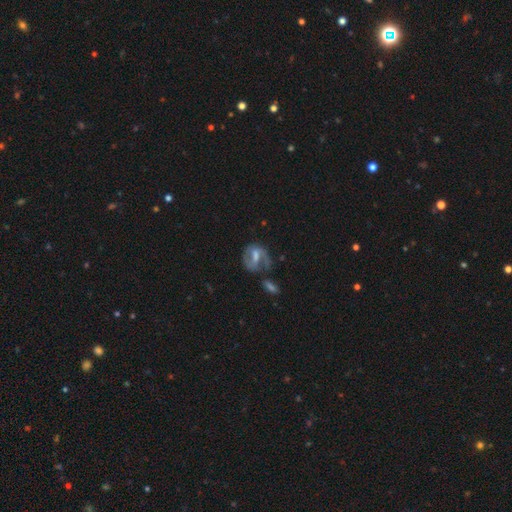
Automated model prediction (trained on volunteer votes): Overall: featured or disk (63%; smooth 29%). Edge-on disk: no (96%). Bar: weak (44%; strong 30%). Spiral arms: yes (69%; no 31%). Bulge size: moderate (39%; small 25%). Merging: none (45%; minor disturbance 21%).